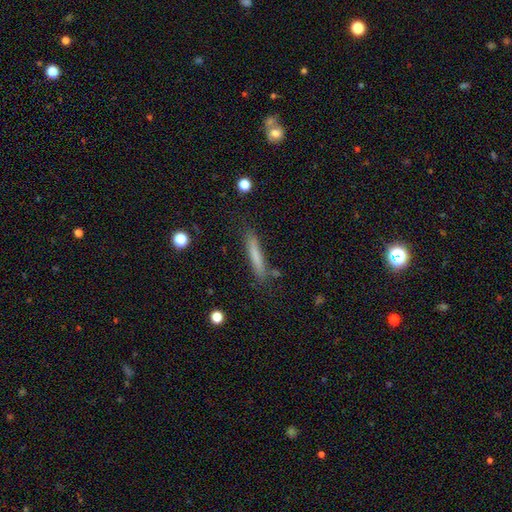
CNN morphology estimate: Smooth or featured: smooth — 72% (featured or disk — 20%)
How rounded: cigar-shaped — 93% (in between — 6%)
Merging: none — 80% (minor disturbance — 14%)